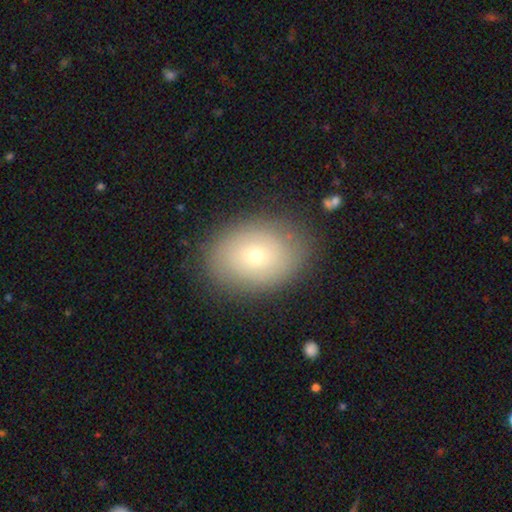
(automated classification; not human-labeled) Morphology: type=smooth (59%); roundness=in between (66%); merging=none (83%).